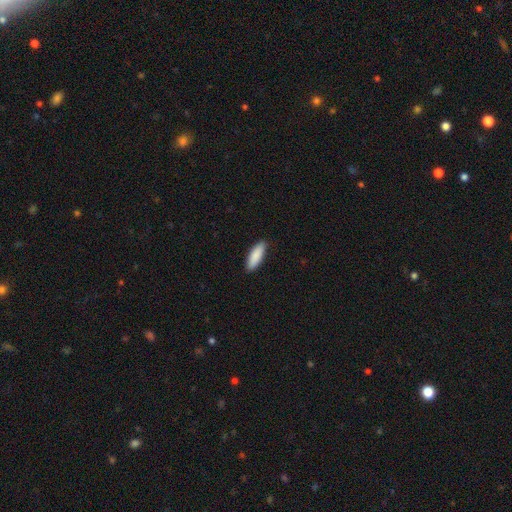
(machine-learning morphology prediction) smooth-or-featured: smooth: 89% | featured or disk: 6% | star or artifact: 5%
  how-rounded: in between: 54% | cigar-shaped: 45% | round: 2%
  merging: none: 89% | minor disturbance: 8% | major disturbance: 2% | merger: 1%